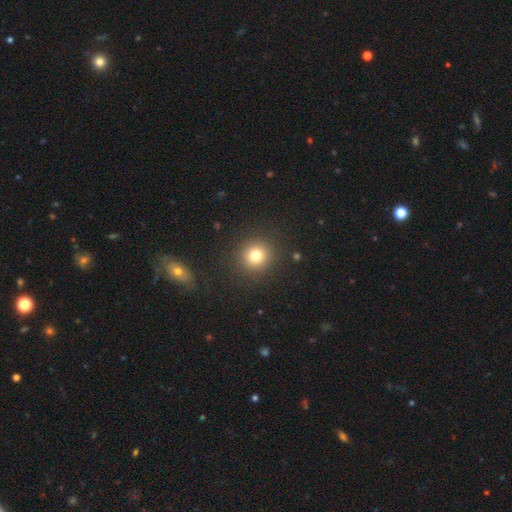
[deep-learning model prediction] Smooth or featured? Predicted: smooth (p=0.78). How rounded? Predicted: round (p=0.92). Merging? Predicted: none (p=0.90).